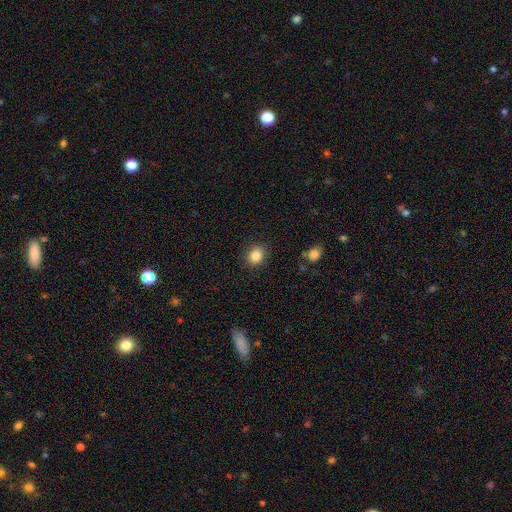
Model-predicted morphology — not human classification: smooth-or-featured: smooth: 86% | star or artifact: 10% | featured or disk: 4%
  how-rounded: round: 72% | in between: 27% | cigar-shaped: 1%
  merging: none: 87% | minor disturbance: 9% | major disturbance: 3% | merger: 1%